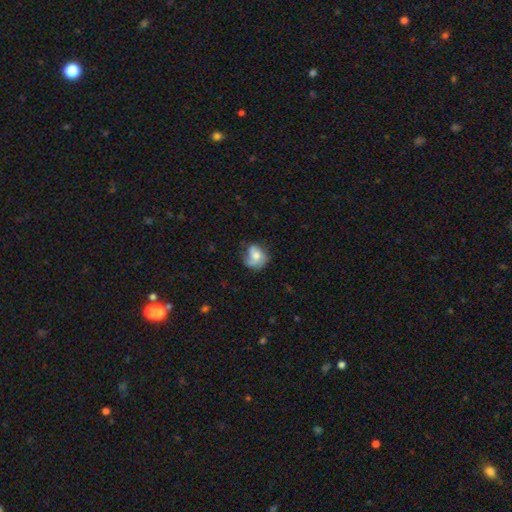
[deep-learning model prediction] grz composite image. It shows a featured or disk galaxy (54%) with no bar (72%), spiral arms (83%) and a moderate central bulge (57%). Merging: none (50%).